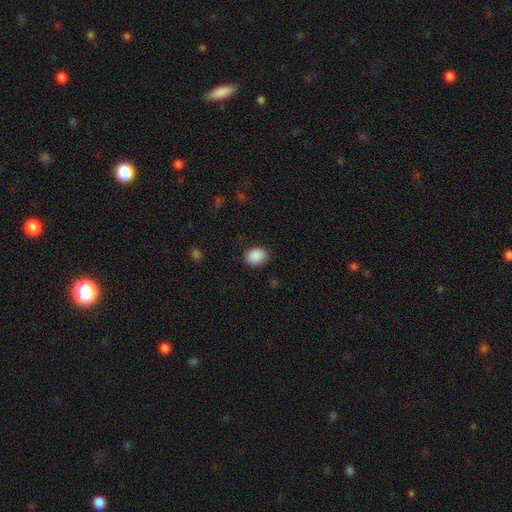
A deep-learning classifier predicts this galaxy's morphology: Smooth or featured? smooth (89%)
How rounded? in between (54%)
Merging? none (86%)